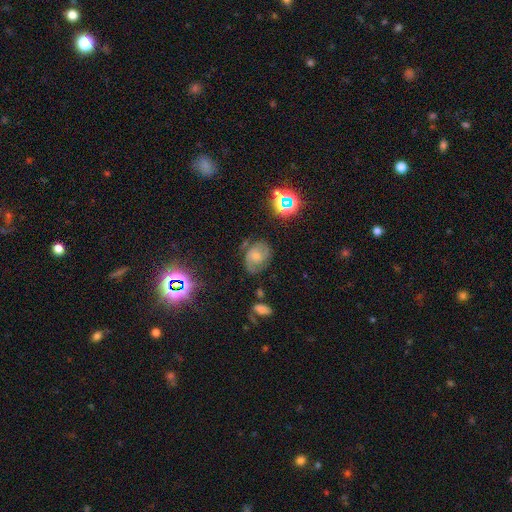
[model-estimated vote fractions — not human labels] Smooth or featured?
  - featured or disk: 62% *
  - smooth: 24%
  - star or artifact: 14%
Edge-on disk?
  - no: 97% *
  - yes: 3%
Bar?
  - no: 62% *
  - weak: 32%
  - strong: 6%
Spiral arms?
  - yes: 88% *
  - no: 12%
Spiral winding?
  - tight: 44% *
  - medium: 43%
  - loose: 13%
Spiral arm count?
  - 2: 71% *
  - can't tell: 17%
  - 1: 6%
  - 3: 4%
  - 4: 1%
  - more than 4: 1%
Bulge size?
  - small: 51% *
  - moderate: 35%
  - none: 9%
  - large: 4%
  - dominant: 1%
Merging?
  - none: 63% *
  - minor disturbance: 23%
  - major disturbance: 11%
  - merger: 3%